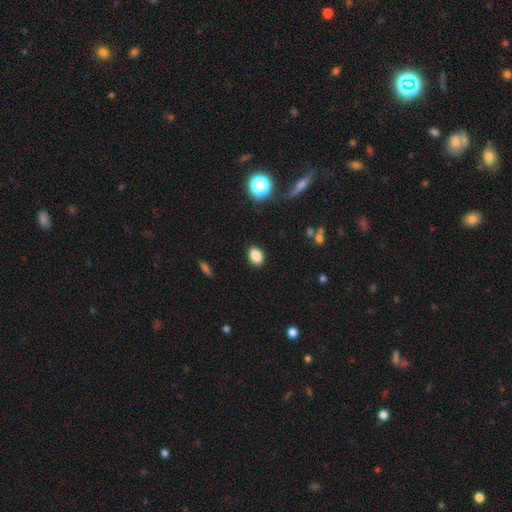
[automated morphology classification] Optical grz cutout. It shows a smooth galaxy with no disk features (86%) that is in between round and cigar-shaped (73%). Merging: none (89%).